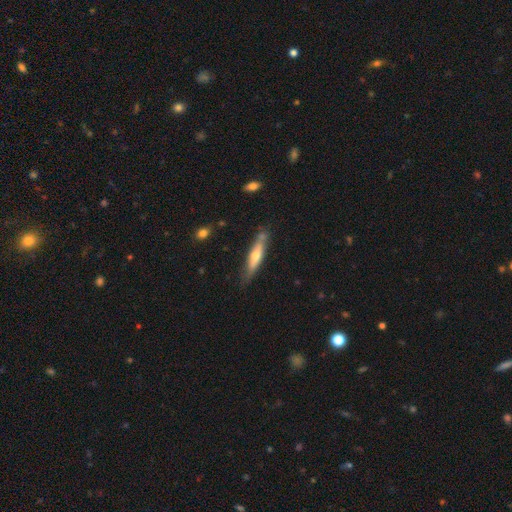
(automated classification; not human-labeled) smooth-or-featured: featured or disk: 50% | smooth: 45% | star or artifact: 6%
  merging: none: 72% | minor disturbance: 19% | merger: 5% | major disturbance: 4%